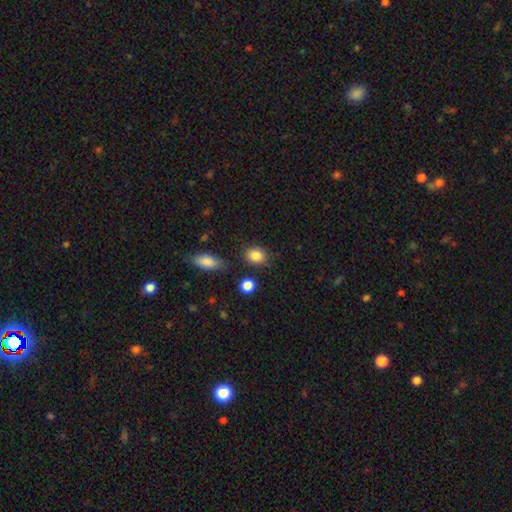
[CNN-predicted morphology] A smooth galaxy with no disk features (86%) that is in between round and cigar-shaped (51%).

Vote fractions:
- Smooth or featured? smooth: 86% / star or artifact: 9% / featured or disk: 5%
- How rounded? in between: 51% / round: 48% / cigar-shaped: 1%
- Merging? none: 81% / minor disturbance: 11% / merger: 5% / major disturbance: 3%